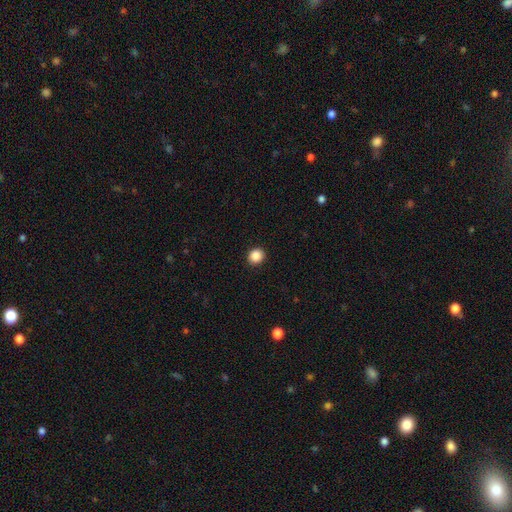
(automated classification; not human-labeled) Overall: smooth (88%). How rounded: round (85%). Merging: none (92%).